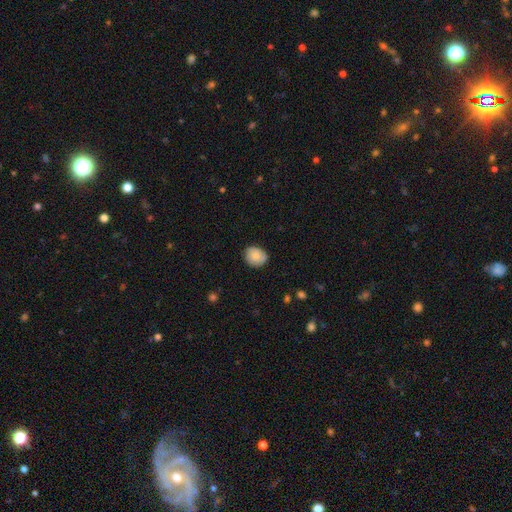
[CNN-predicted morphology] Smooth or featured? Predicted: smooth (p=0.79). How rounded? Predicted: round (p=0.74). Merging? Predicted: none (p=0.79).